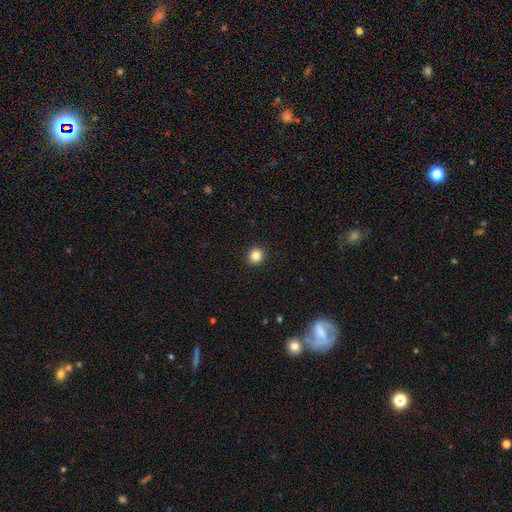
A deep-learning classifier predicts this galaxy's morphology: Smooth or featured? smooth (84%)
How rounded? round (93%)
Merging? none (93%)